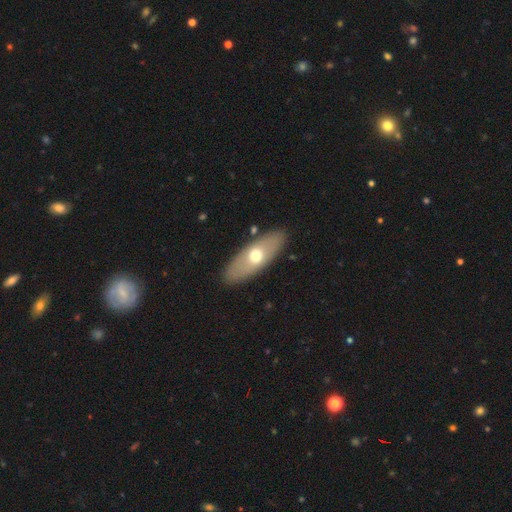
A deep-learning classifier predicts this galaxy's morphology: Smooth or featured? Predicted: smooth (p=0.57). How rounded? Predicted: in between (p=0.75). Merging? Predicted: none (p=0.87).